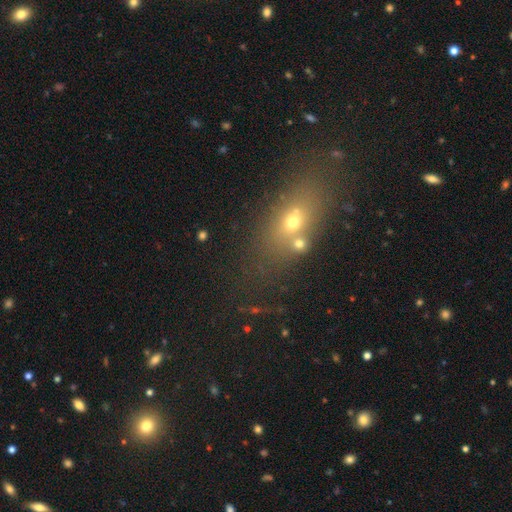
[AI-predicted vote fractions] Smooth or featured? Predicted: smooth (p=0.52). How rounded? Predicted: in between (p=0.61). Merging? Predicted: none (p=0.66).